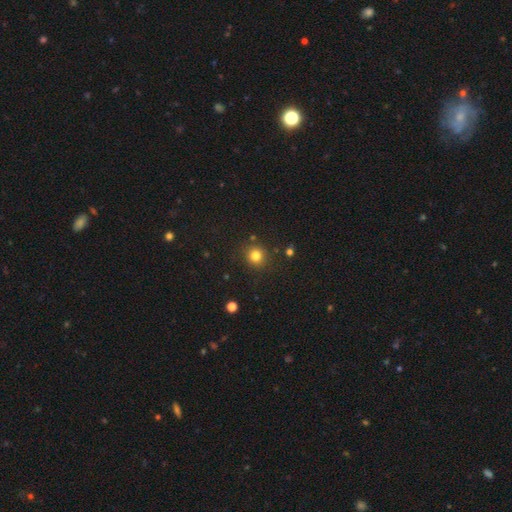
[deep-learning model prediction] A smooth galaxy with no disk features (80%) that is round (91%). Merging: none (87%).